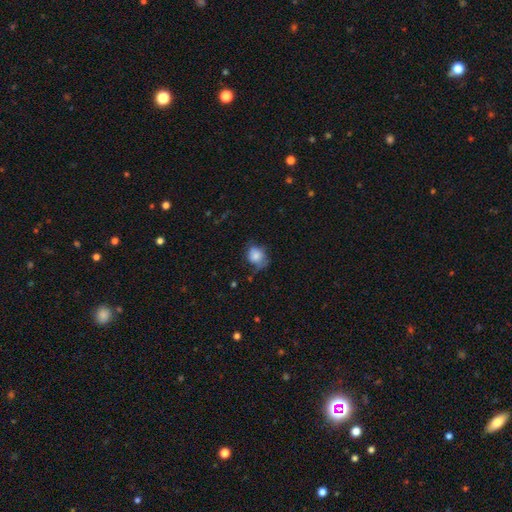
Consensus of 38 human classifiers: Smooth or featured? smooth (76%)
How rounded? round (66%)
Merging? minor disturbance (40%)